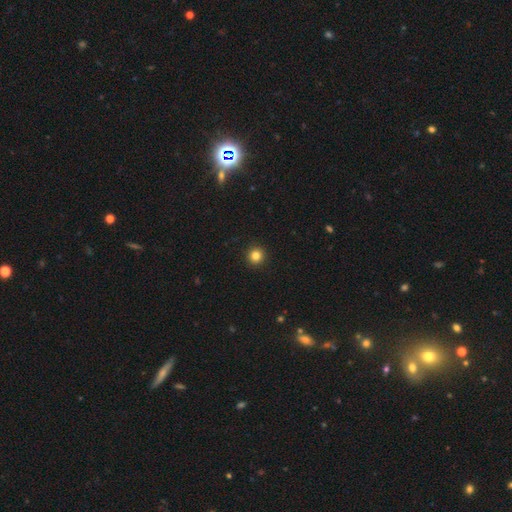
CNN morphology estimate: smooth 83%, star or artifact 12%, featured or disk 5%. Down the decision tree: how rounded — round (95%); merging — none (94%).